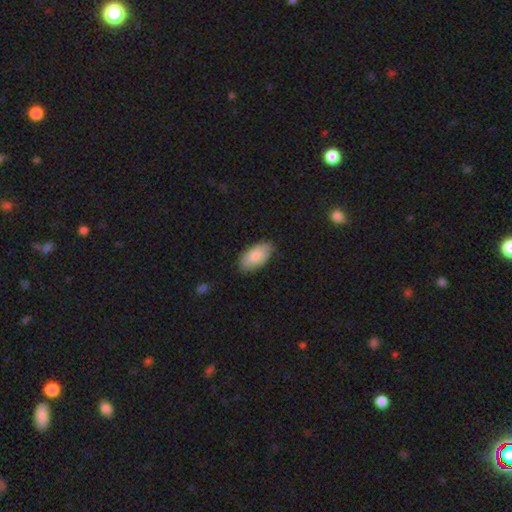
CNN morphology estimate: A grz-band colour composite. It shows a smooth galaxy with no disk features (81%) that is in between round and cigar-shaped (95%). Merging: none (77%).